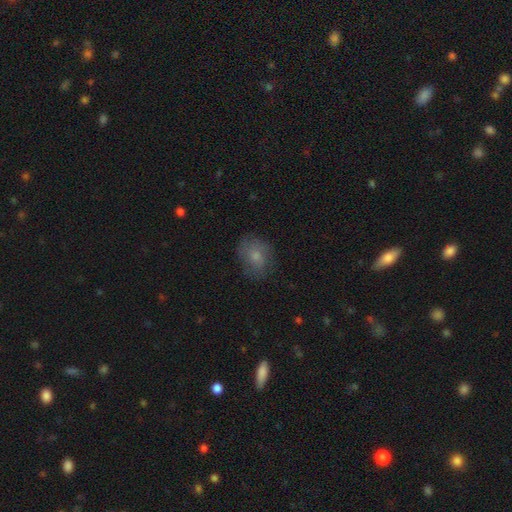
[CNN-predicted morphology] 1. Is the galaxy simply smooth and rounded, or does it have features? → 71% smooth, 20% featured or disk, 10% star or artifact.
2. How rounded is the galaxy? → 50% round, 49% in between, 1% cigar-shaped.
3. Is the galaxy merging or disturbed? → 73% none, 19% minor disturbance, 7% major disturbance, 1% merger.